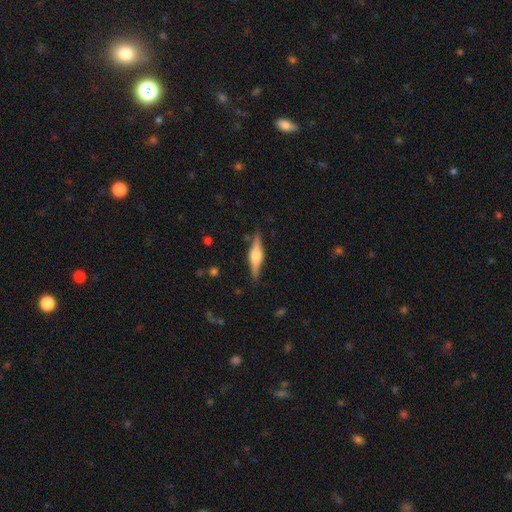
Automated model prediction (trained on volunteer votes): smooth-or-featured: featured or disk: 67% | smooth: 27% | star or artifact: 6%
  disk-edge-on: yes: 97% | no: 3%
    edge-on-bulge: rounded: 86% | boxy: 11% | none: 3%
  merging: none: 86% | minor disturbance: 10% | major disturbance: 2% | merger: 1%